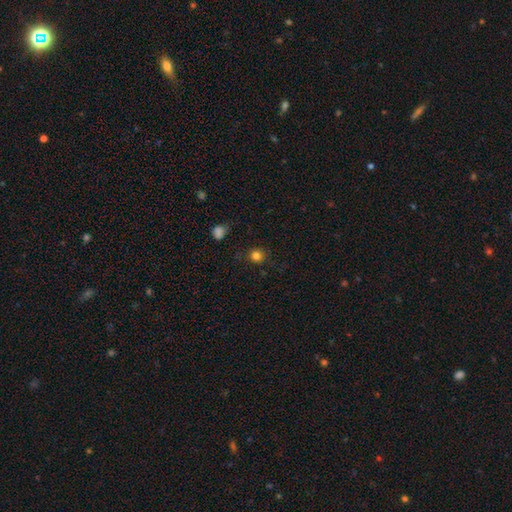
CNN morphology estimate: A smooth galaxy with no disk features (81%) that is round (89%).

Vote fractions:
- Smooth or featured? smooth: 81% / star or artifact: 14% / featured or disk: 5%
- How rounded? round: 89% / in between: 10% / cigar-shaped: 1%
- Merging? none: 85% / minor disturbance: 10% / major disturbance: 3% / merger: 2%